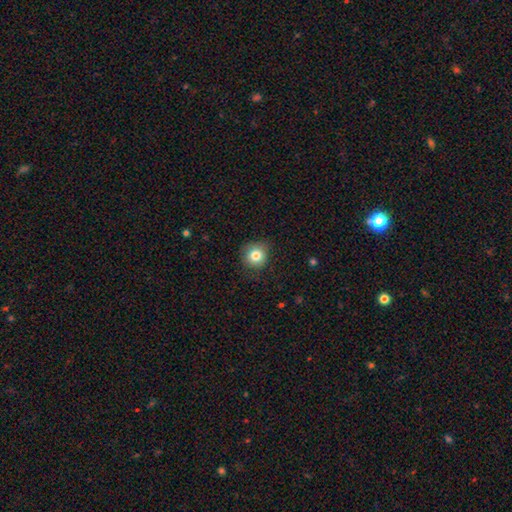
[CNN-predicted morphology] Smooth or featured: smooth — 81% (star or artifact — 11%)
How rounded: round — 88% (in between — 11%)
Merging: none — 81% (minor disturbance — 15%)